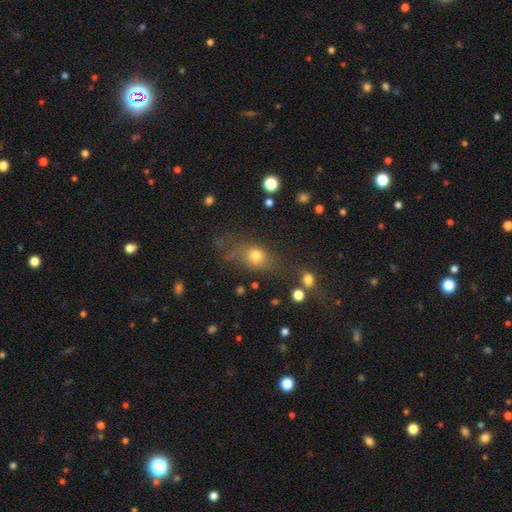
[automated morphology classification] A smooth galaxy with no disk features (71%) that is in between round and cigar-shaped (52%). Merging: none (54%).